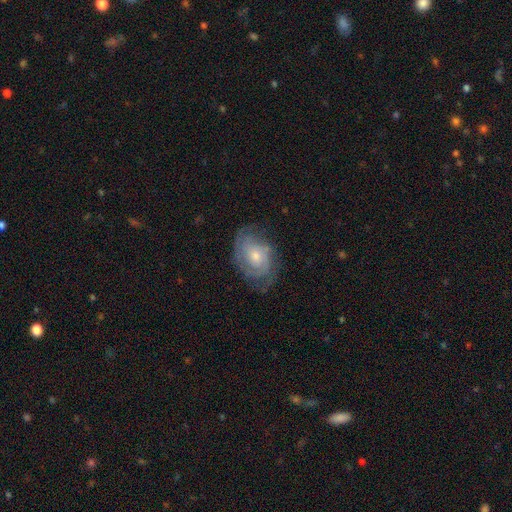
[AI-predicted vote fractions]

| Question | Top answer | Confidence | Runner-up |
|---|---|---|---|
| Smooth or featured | featured or disk | 71% | smooth (22%) |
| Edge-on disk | no | 96% | yes (4%) |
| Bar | no | 75% | weak (22%) |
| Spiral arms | yes | 87% | no (13%) |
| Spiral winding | tight | 57% | medium (32%) |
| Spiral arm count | can't tell | 41% | 2 (32%) |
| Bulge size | moderate | 48% | small (46%) |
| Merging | none | 68% | minor disturbance (22%) |